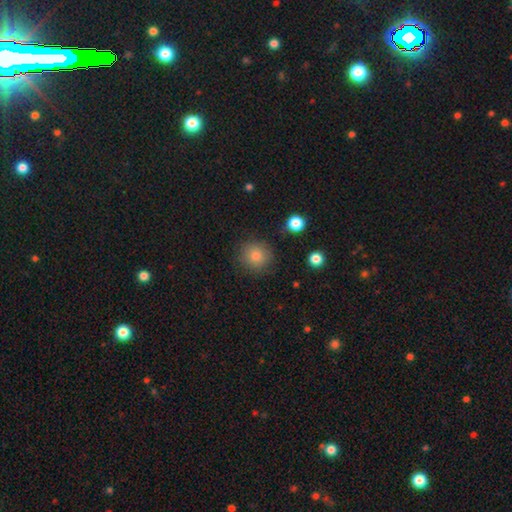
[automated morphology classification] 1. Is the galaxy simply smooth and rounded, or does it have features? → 81% smooth, 12% star or artifact, 7% featured or disk.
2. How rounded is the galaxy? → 92% round, 7% in between, 1% cigar-shaped.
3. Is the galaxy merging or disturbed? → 88% none, 8% minor disturbance, 3% major disturbance, 2% merger.